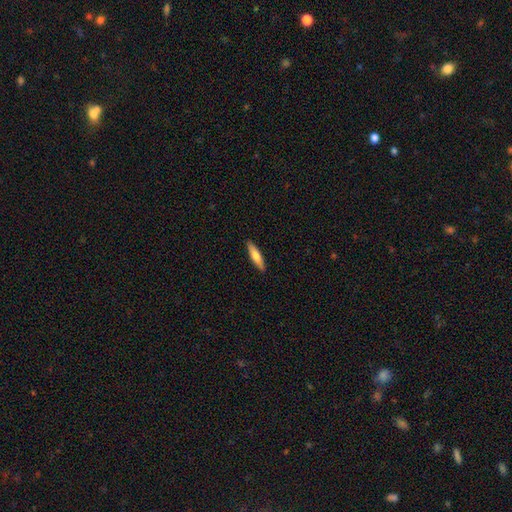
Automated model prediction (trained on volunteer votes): Smooth or featured?
  - smooth: 67% *
  - featured or disk: 27%
  - star or artifact: 6%
How rounded?
  - cigar-shaped: 75% *
  - in between: 23%
  - round: 2%
Merging?
  - none: 90% *
  - minor disturbance: 8%
  - major disturbance: 2%
  - merger: 1%